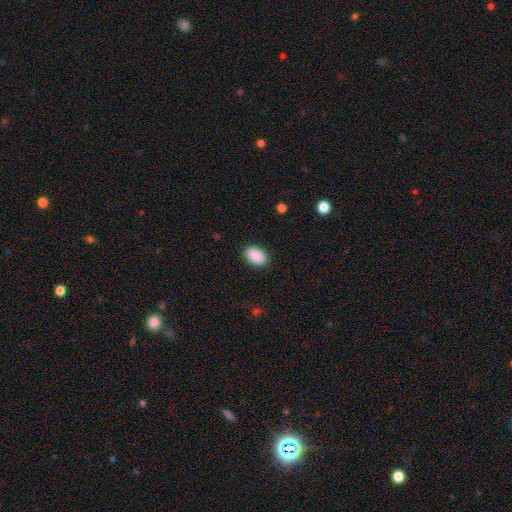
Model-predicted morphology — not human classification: This is clearly a smooth galaxy (90%). How rounded: clearly in between (91%). Merging: clearly none (88%).